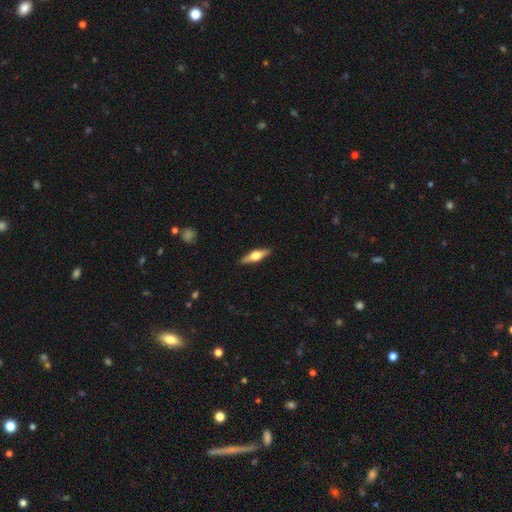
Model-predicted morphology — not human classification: This appears to be a featured or disk galaxy (59%) viewed edge-on (95%) with a rounded central bulge (94%). Merging: none (90%).